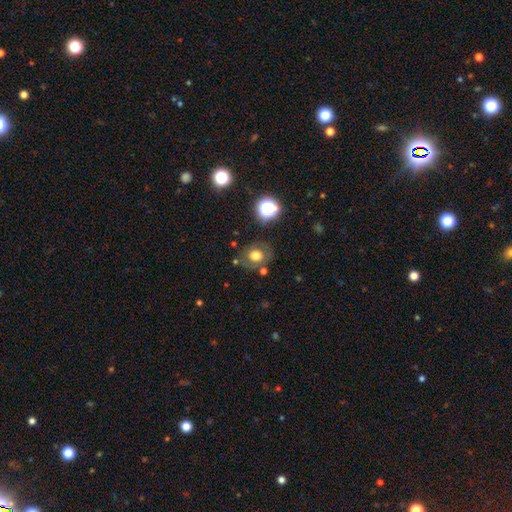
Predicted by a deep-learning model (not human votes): A smooth galaxy with no disk features (64%) that is round (66%).

Vote fractions:
- Smooth or featured? smooth: 64% / featured or disk: 22% / star or artifact: 13%
- How rounded? round: 66% / in between: 33% / cigar-shaped: 1%
- Merging? none: 72% / minor disturbance: 15% / major disturbance: 7% / merger: 6%